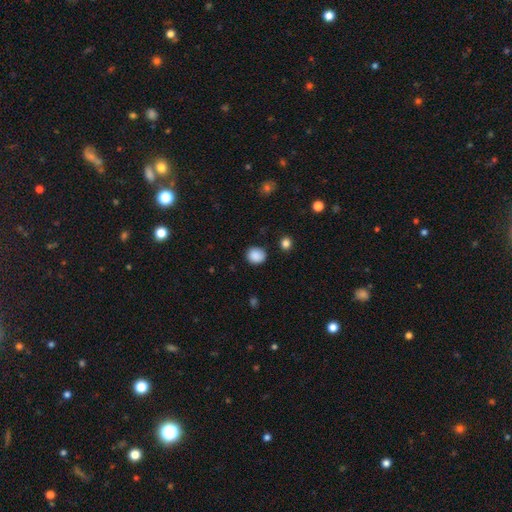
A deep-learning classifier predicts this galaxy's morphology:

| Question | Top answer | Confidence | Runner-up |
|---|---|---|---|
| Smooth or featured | smooth | 88% | star or artifact (9%) |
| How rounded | round | 79% | in between (20%) |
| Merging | none | 87% | minor disturbance (9%) |